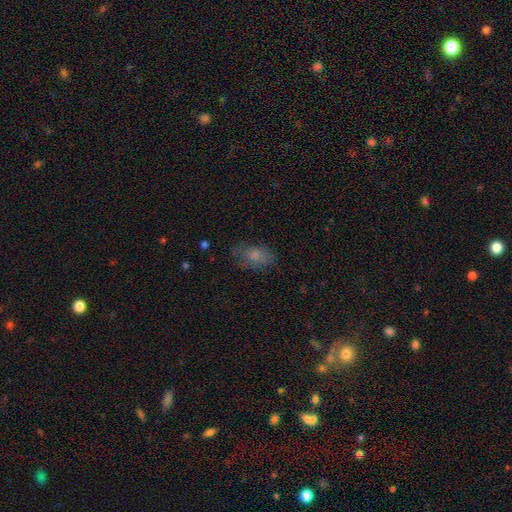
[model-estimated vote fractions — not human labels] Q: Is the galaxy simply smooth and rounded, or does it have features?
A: smooth — 76%.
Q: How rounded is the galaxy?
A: in between — 88%.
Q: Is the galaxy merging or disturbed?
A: none — 69%.